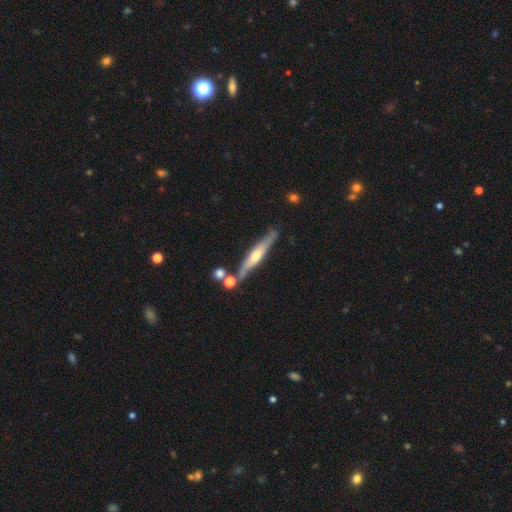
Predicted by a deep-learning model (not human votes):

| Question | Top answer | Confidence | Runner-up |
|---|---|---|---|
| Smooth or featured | featured or disk | 63% | smooth (31%) |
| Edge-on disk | yes | 90% | no (10%) |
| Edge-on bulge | rounded | 83% | none (11%) |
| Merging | none | 71% | minor disturbance (15%) |